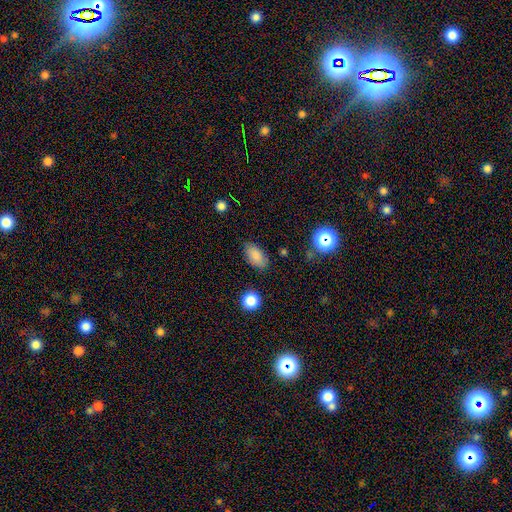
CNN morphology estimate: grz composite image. It shows a smooth galaxy with no disk features (84%) that is in between round and cigar-shaped (91%). Merging: none (81%).